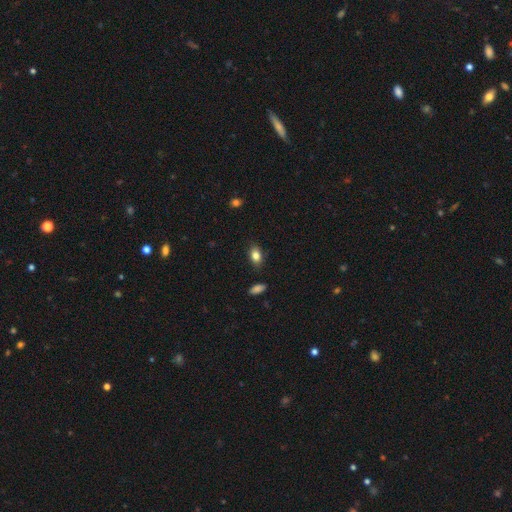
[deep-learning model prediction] Smooth or featured: smooth — 84% (star or artifact — 8%)
How rounded: in between — 85% (round — 13%)
Merging: none — 85% (minor disturbance — 11%)